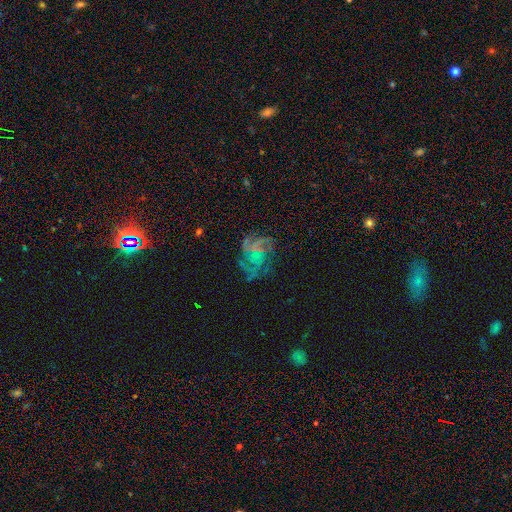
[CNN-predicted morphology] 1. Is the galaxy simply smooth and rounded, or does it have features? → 72% featured or disk, 14% star or artifact, 13% smooth.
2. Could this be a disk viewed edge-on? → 98% no, 2% yes.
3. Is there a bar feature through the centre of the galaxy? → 72% no, 23% weak, 5% strong.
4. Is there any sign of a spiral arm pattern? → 89% yes, 11% no.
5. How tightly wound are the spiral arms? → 43% medium, 37% tight, 20% loose.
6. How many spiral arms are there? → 26% can't tell, 25% 4, 20% 3, 11% more than 4, 10% 2, 8% 1.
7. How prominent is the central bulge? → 54% small, 32% none, 12% moderate, 2% large, 1% dominant.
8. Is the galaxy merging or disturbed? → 61% none, 19% major disturbance, 18% minor disturbance, 2% merger.